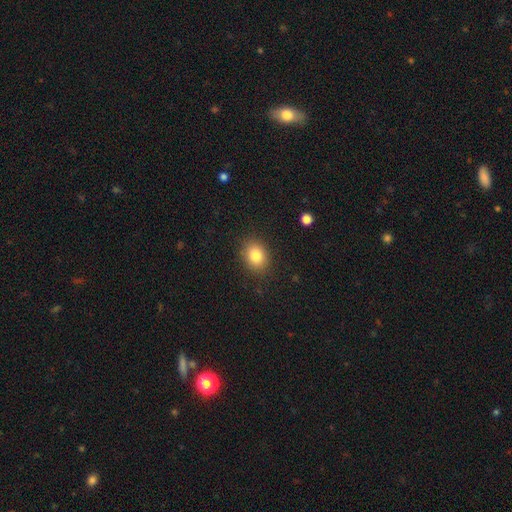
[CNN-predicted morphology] Overall: smooth (82%). How rounded: in between (52%; round 47%). Merging: none (87%).